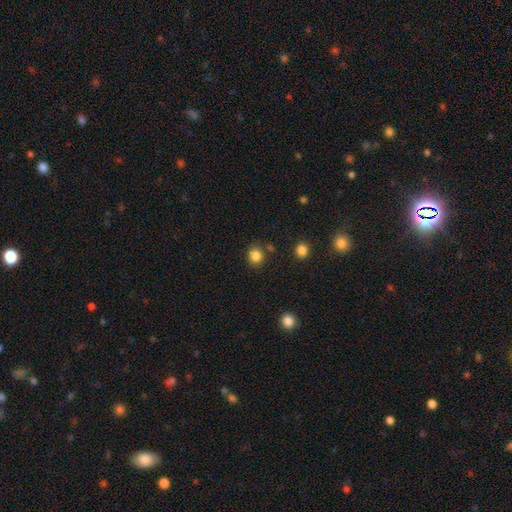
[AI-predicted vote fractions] This appears to be a smooth galaxy with no disk features (84%) that is round (78%). Merging: none (80%).